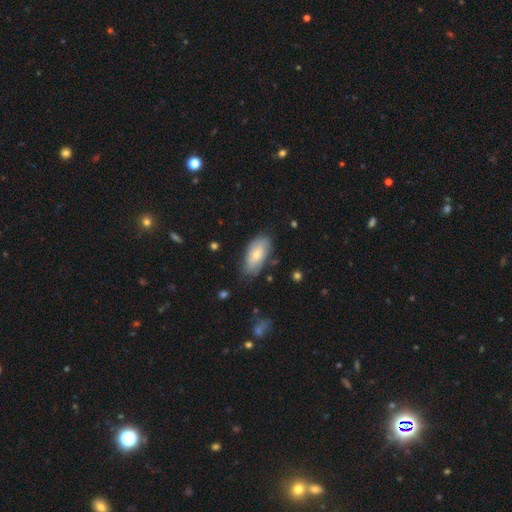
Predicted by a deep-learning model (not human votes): This appears to be a smooth galaxy with no disk features (62%) that is in between round and cigar-shaped (86%). Merging: none (73%).